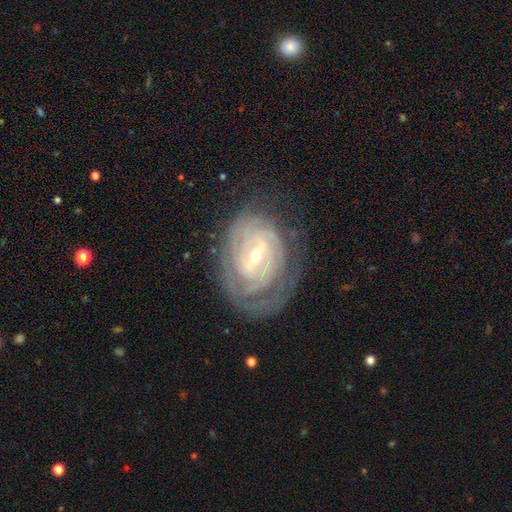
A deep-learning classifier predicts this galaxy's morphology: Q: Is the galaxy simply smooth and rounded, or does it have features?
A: featured or disk — 88%.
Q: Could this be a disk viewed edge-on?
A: no — 96%.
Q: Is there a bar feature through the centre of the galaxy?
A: weak — 48%.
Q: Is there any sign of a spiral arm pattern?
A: yes — 95%.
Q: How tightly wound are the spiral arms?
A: tight — 79%.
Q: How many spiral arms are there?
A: can't tell — 39%.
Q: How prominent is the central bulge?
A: small — 57%.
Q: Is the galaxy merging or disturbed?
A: none — 67%.